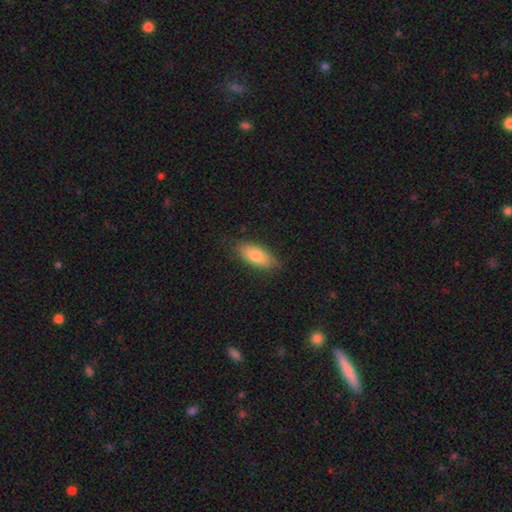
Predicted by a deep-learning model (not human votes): Smooth or featured? Predicted: smooth (p=0.80). How rounded? Predicted: in between (p=0.83). Merging? Predicted: none (p=0.79).